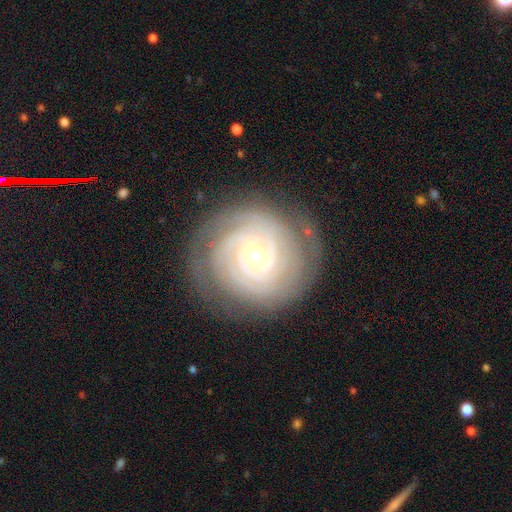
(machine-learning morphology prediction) Smooth or featured? Predicted: featured or disk (p=0.88). Edge-on disk? Predicted: no (p=0.97). Bar? Predicted: weak (p=0.47). Spiral arms? Predicted: yes (p=0.97). Spiral winding? Predicted: tight (p=0.86). Spiral arm count? Predicted: can't tell (p=0.25). Bulge size? Predicted: moderate (p=0.59). Merging? Predicted: none (p=0.81).